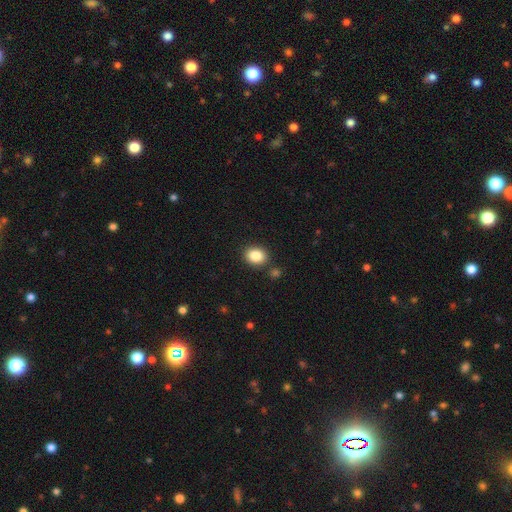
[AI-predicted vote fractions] This appears to be a smooth galaxy with no disk features (86%) that is round (53%). Merging: none (84%).